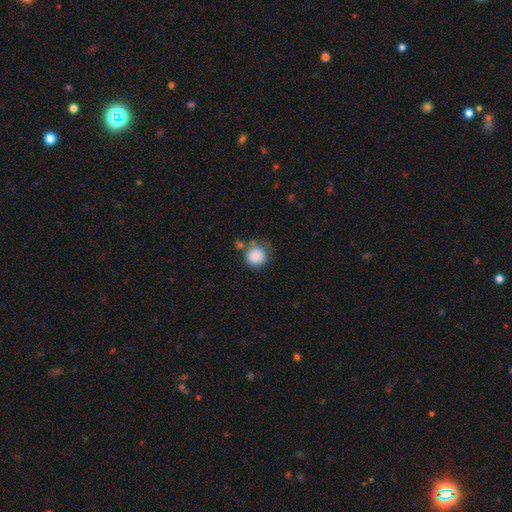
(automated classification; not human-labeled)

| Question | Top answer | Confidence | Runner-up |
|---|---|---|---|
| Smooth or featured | smooth | 86% | star or artifact (8%) |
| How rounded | round | 90% | in between (9%) |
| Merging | none | 61% | minor disturbance (20%) |